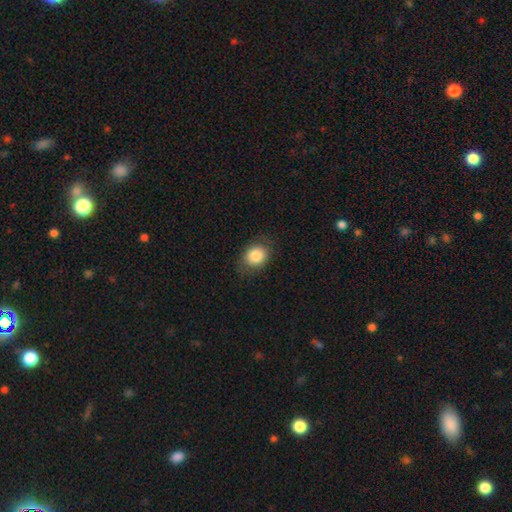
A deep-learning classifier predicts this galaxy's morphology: smooth 83%, star or artifact 8%, featured or disk 8%. Down the decision tree: how rounded — in between (52%); merging — none (81%).